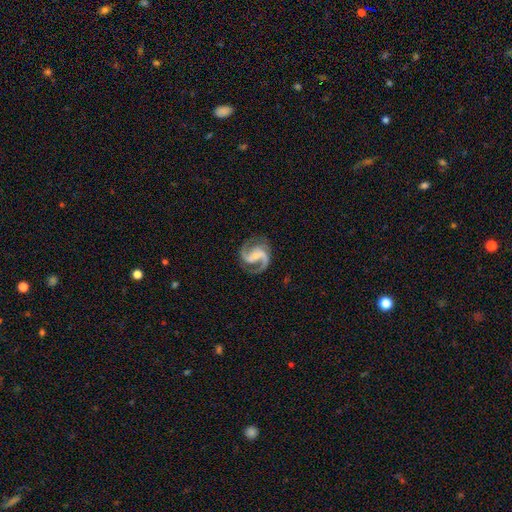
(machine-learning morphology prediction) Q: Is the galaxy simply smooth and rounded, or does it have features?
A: featured or disk — 93%.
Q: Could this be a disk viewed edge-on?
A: no — 98%.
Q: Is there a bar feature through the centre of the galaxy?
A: weak — 39%.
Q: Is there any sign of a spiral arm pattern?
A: yes — 98%.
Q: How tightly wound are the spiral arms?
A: medium — 63%.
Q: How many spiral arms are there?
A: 2 — 93%.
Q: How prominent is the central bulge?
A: small — 62%.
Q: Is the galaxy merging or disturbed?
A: none — 80%.